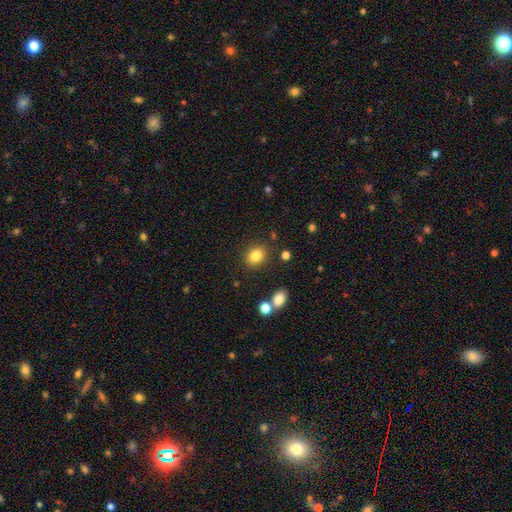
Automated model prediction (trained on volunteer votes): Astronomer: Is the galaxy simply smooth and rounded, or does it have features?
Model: smooth — 83%.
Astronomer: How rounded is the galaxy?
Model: round — 52% (runner-up: in between, 47%).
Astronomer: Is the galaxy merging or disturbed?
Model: none — 83%.